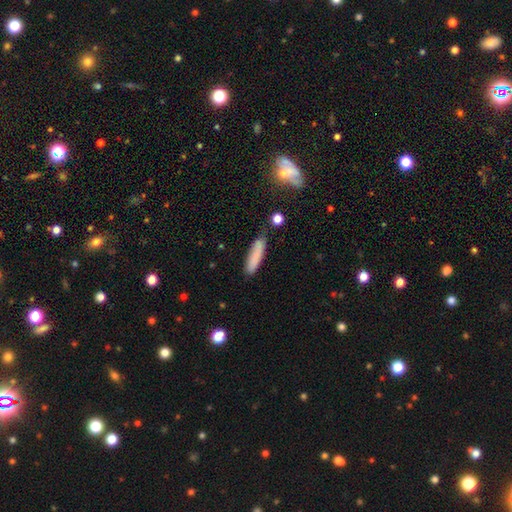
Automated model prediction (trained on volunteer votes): Overall: smooth (82%). How rounded: cigar-shaped (80%). Merging: none (76%).